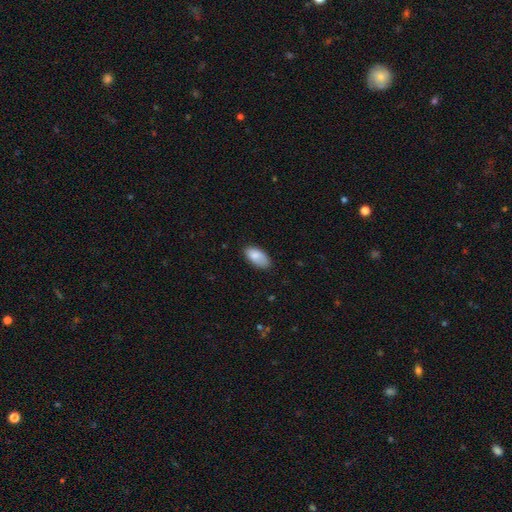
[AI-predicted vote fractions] Overall: smooth (84%). How rounded: in between (94%). Merging: none (70%).